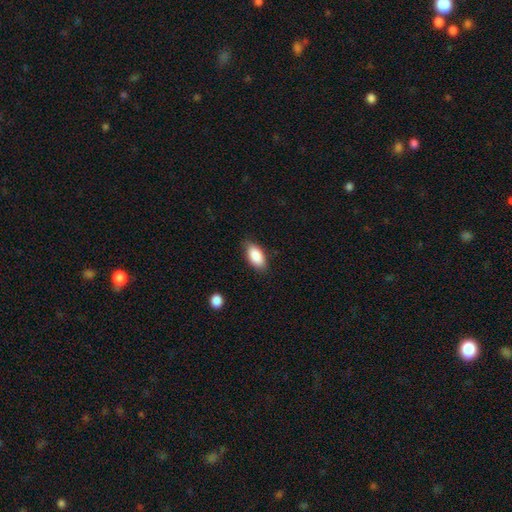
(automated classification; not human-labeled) Smooth or featured?
  - smooth: 88% *
  - star or artifact: 7%
  - featured or disk: 6%
How rounded?
  - in between: 92% *
  - cigar-shaped: 5%
  - round: 3%
Merging?
  - none: 82% *
  - minor disturbance: 14%
  - major disturbance: 3%
  - merger: 1%